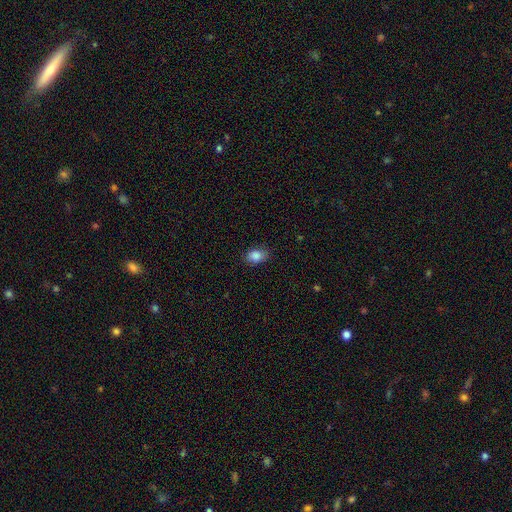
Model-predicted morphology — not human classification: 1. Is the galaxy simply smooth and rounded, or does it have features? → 86% smooth, 9% star or artifact, 5% featured or disk.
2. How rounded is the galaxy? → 74% in between, 25% round, 1% cigar-shaped.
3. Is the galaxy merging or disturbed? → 81% none, 15% minor disturbance, 3% major disturbance, 1% merger.